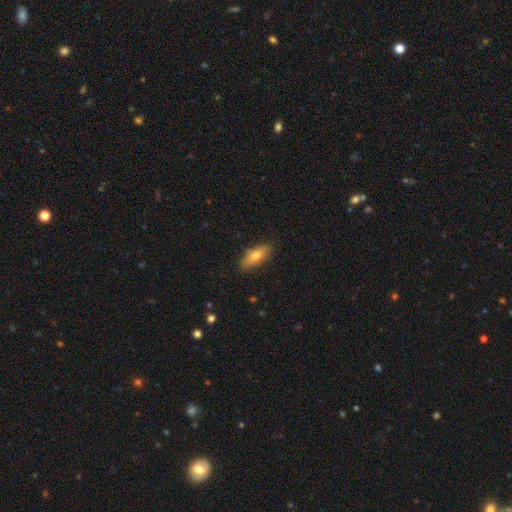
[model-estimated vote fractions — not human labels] smooth_or_featured: smooth (p=0.61) [alt: featured or disk p=0.32]
how_rounded: in between (p=0.57) [alt: cigar-shaped p=0.40]
merging: none (p=0.85) [alt: minor disturbance p=0.11]